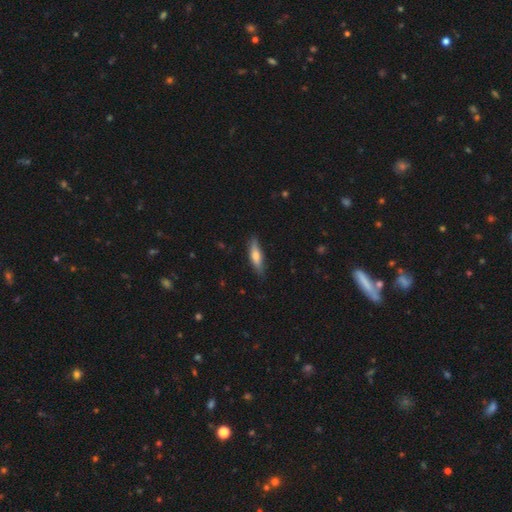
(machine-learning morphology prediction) Q: Smooth or featured?
A: smooth (64%); runner-up: featured or disk (31%)
Q: How rounded?
A: cigar-shaped (68%); runner-up: in between (30%)
Q: Merging?
A: none (83%); runner-up: minor disturbance (13%)